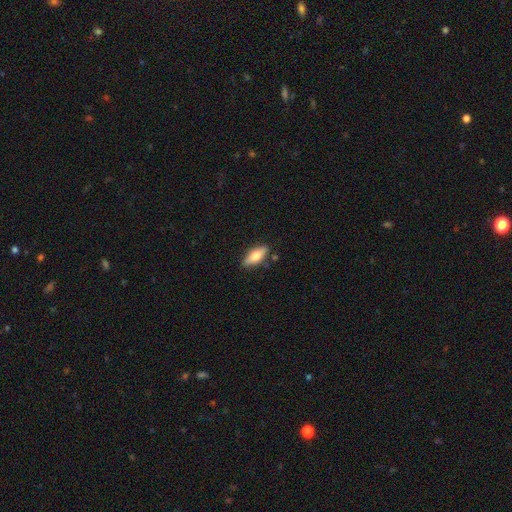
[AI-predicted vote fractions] Smooth or featured: smooth — 66% (featured or disk — 27%)
How rounded: in between — 68% (cigar-shaped — 30%)
Merging: none — 83% (minor disturbance — 12%)